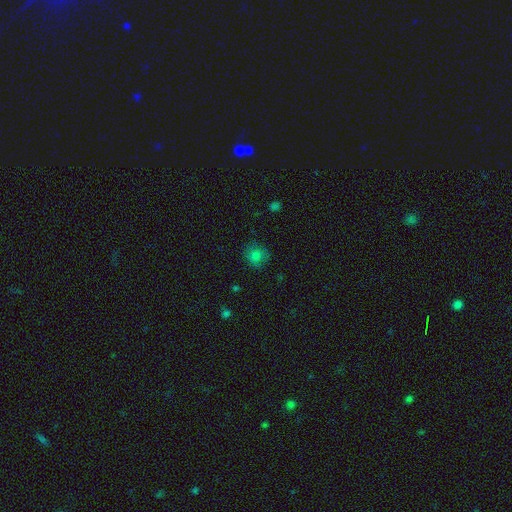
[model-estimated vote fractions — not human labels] The model was most divided on "merging": none: 77%, minor disturbance: 16%, major disturbance: 6%, merger: 1%. More confident: how rounded — round (85%); smooth or featured — smooth (80%).